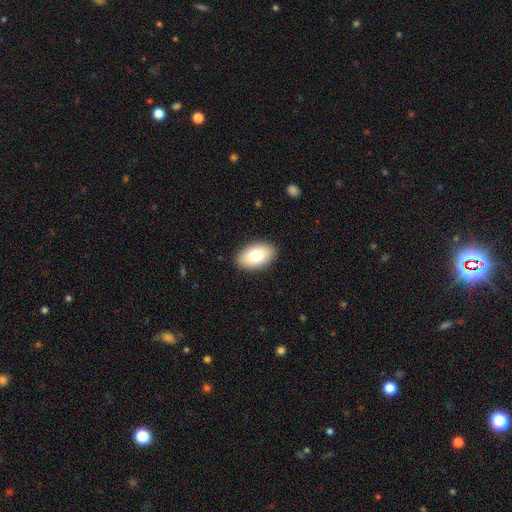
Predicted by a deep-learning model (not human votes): This is likely a smooth galaxy (79%). How rounded: clearly in between (93%). Merging: clearly none (89%).